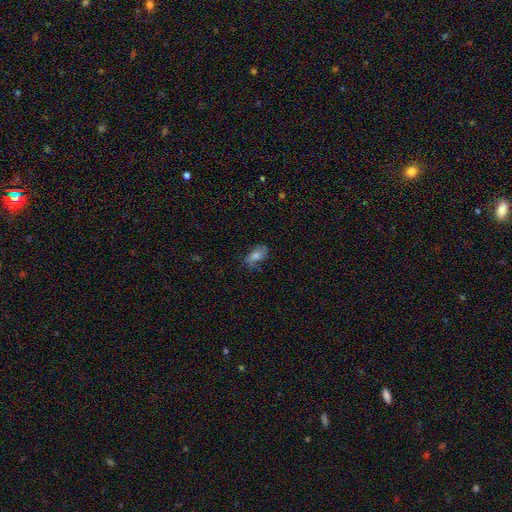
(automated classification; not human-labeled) smooth 57%, featured or disk 30%, star or artifact 13%. Down the decision tree: how rounded — in between (84%); merging — none (70%).